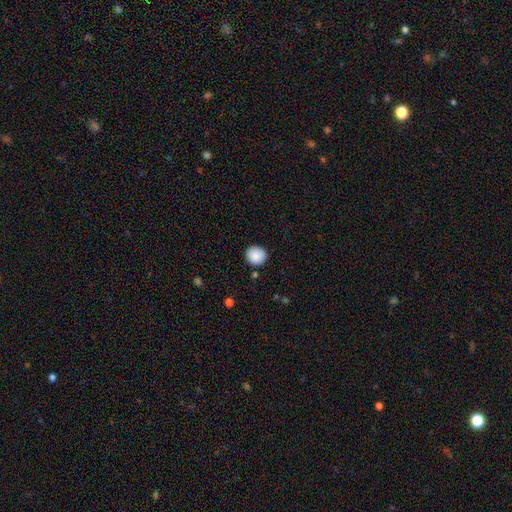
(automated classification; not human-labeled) A smooth galaxy with no disk features (88%) that is round (89%).

Vote fractions:
- Smooth or featured? smooth: 88% / star or artifact: 8% / featured or disk: 4%
- How rounded? round: 89% / in between: 10% / cigar-shaped: 1%
- Merging? none: 89% / minor disturbance: 7% / major disturbance: 2% / merger: 2%